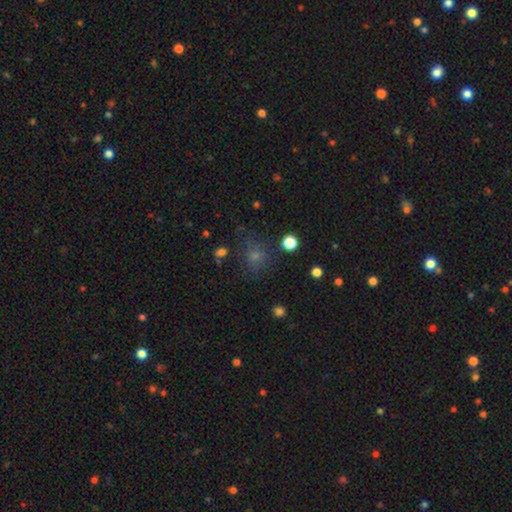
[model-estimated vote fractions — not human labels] Smooth or featured: smooth — 64% (star or artifact — 24%)
How rounded: round — 68% (in between — 31%)
Merging: none — 64% (minor disturbance — 18%)